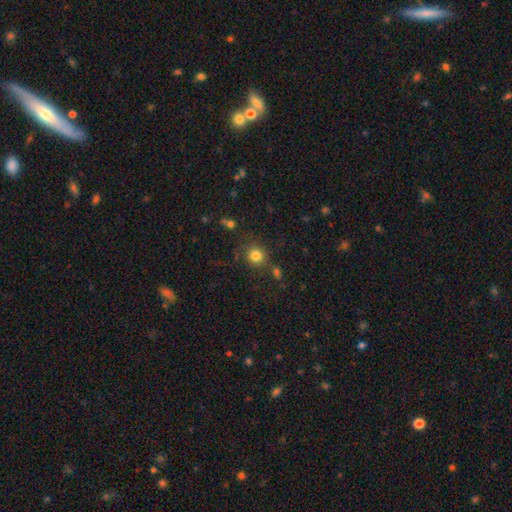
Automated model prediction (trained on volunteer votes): smooth_or_featured: smooth (p=0.81) [alt: star or artifact p=0.12]
how_rounded: round (p=0.89) [alt: in between p=0.10]
merging: none (p=0.75) [alt: minor disturbance p=0.12]